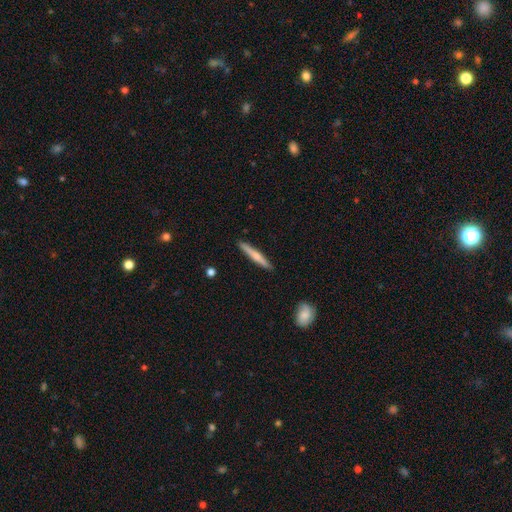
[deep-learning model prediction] Morphology: type=smooth (56%); roundness=cigar-shaped (94%); merging=none (90%).